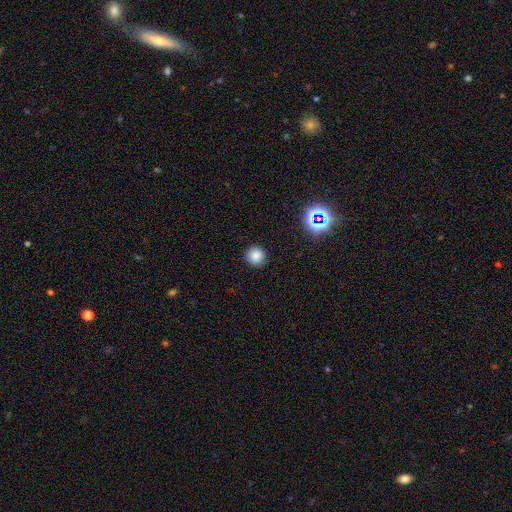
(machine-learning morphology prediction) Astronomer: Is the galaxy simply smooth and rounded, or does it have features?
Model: smooth — 83%.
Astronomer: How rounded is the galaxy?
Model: round — 95%.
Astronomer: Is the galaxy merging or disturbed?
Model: none — 92%.